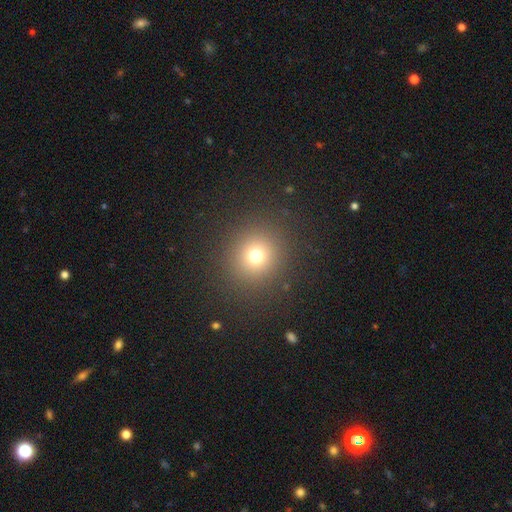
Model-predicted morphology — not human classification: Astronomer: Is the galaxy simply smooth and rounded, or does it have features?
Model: smooth — 72%.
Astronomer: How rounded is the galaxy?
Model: round — 91%.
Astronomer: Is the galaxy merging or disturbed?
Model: none — 88%.